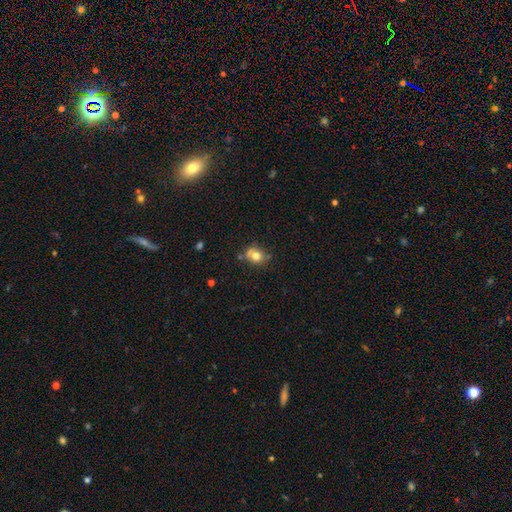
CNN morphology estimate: Smooth or featured: smooth — 74% (featured or disk — 14%)
How rounded: round — 64% (in between — 35%)
Merging: none — 61% (minor disturbance — 19%)